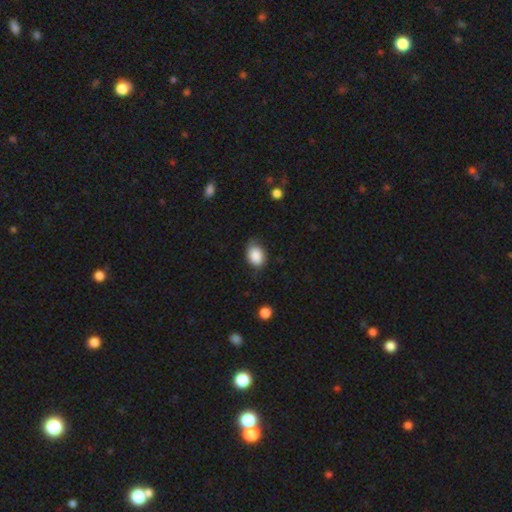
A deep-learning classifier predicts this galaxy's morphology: Smooth or featured? smooth (87%)
How rounded? in between (75%)
Merging? none (68%)